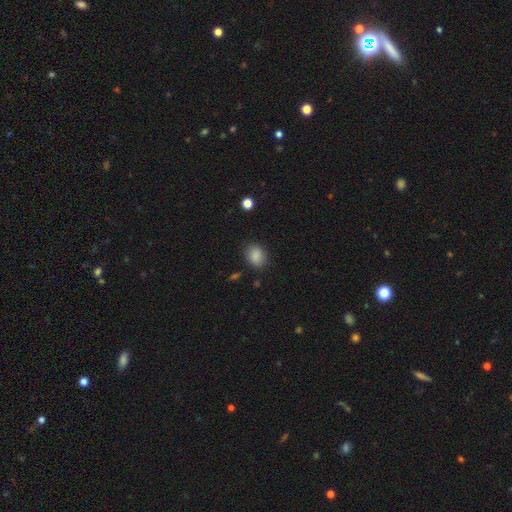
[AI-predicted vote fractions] Q: Smooth or featured?
A: smooth (87%); runner-up: star or artifact (9%)
Q: How rounded?
A: in between (58%); runner-up: round (41%)
Q: Merging?
A: none (82%); runner-up: minor disturbance (13%)